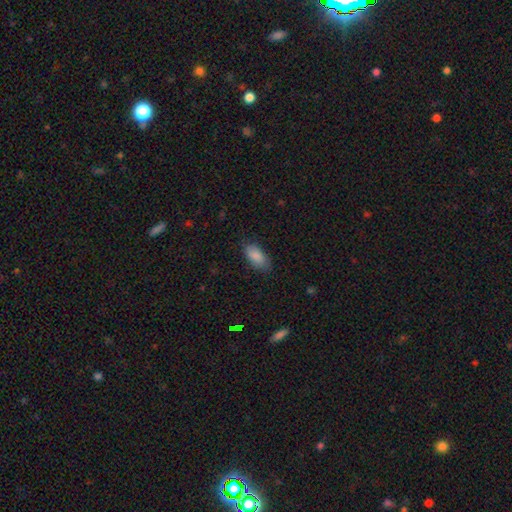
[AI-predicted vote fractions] Overall: smooth (88%). How rounded: in between (91%). Merging: none (78%).